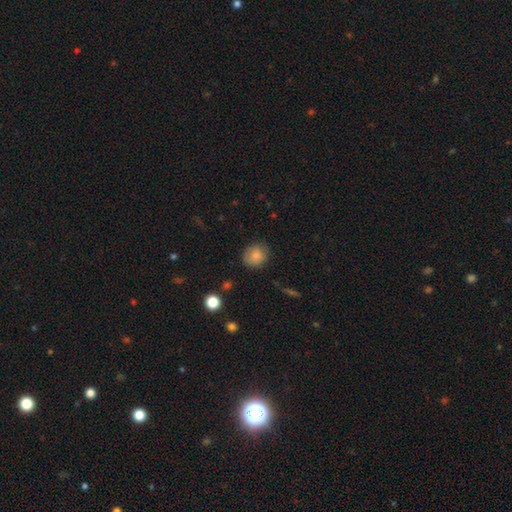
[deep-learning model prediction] Smooth or featured: smooth — 83% (star or artifact — 9%)
How rounded: round — 78% (in between — 21%)
Merging: none — 78% (minor disturbance — 17%)